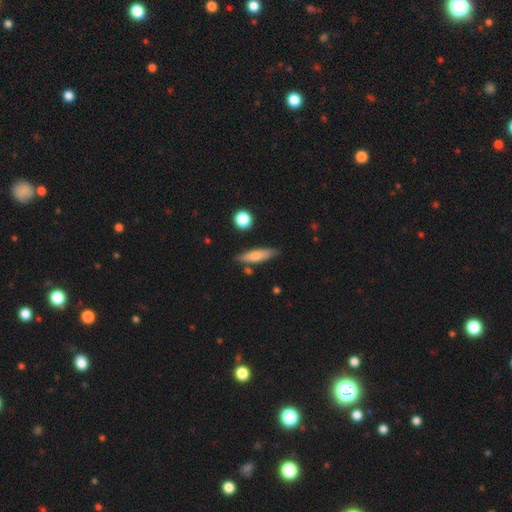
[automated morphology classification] This appears to be a smooth galaxy with no disk features (67%) that is cigar-shaped (71%). Merging: none (79%).